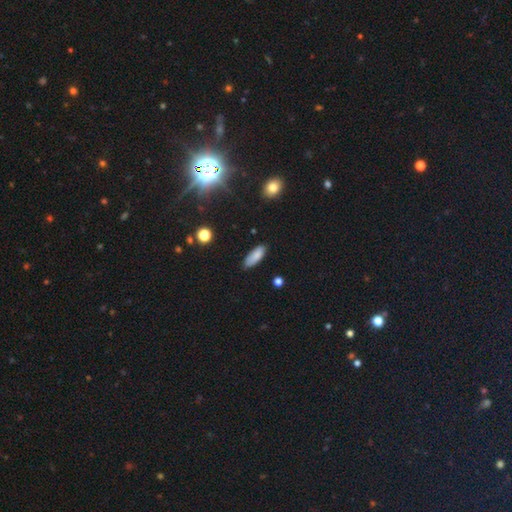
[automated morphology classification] Smooth or featured? Predicted: smooth (p=0.84). How rounded? Predicted: in between (p=0.68). Merging? Predicted: none (p=0.83).